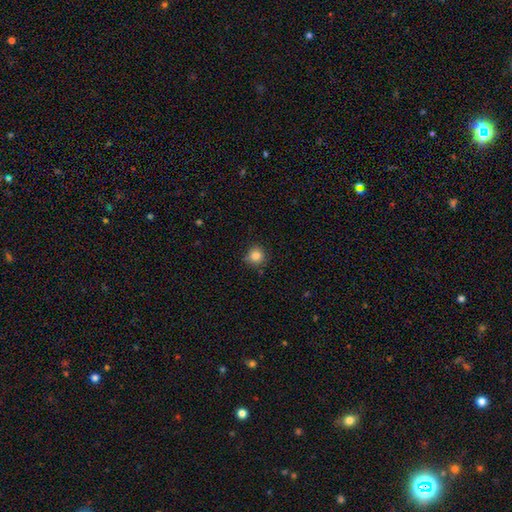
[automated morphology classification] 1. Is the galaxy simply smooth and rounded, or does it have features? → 84% smooth, 11% star or artifact, 5% featured or disk.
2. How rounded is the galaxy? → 92% round, 7% in between, 1% cigar-shaped.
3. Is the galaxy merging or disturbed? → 81% none, 14% minor disturbance, 3% major disturbance, 2% merger.